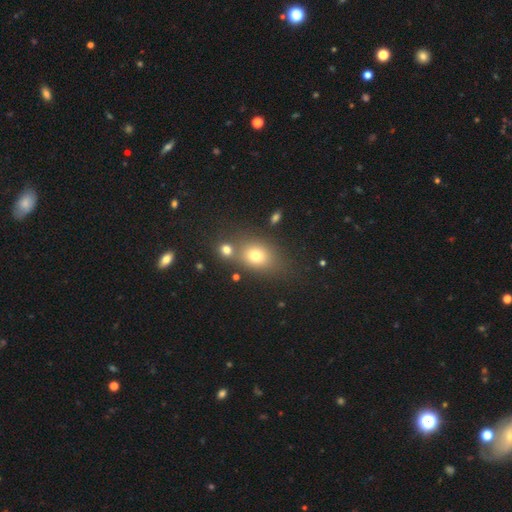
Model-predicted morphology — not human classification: type=smooth (72%); roundness=in between (59%); merging=none (62%).